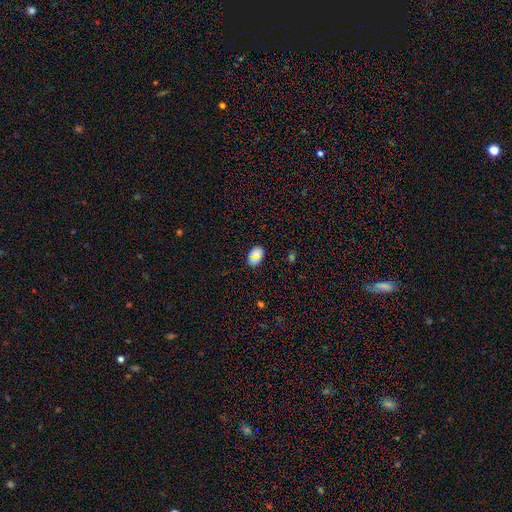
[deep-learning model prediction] Smooth or featured: smooth — 79% (star or artifact — 13%)
How rounded: in between — 86% (round — 12%)
Merging: none — 83% (minor disturbance — 12%)